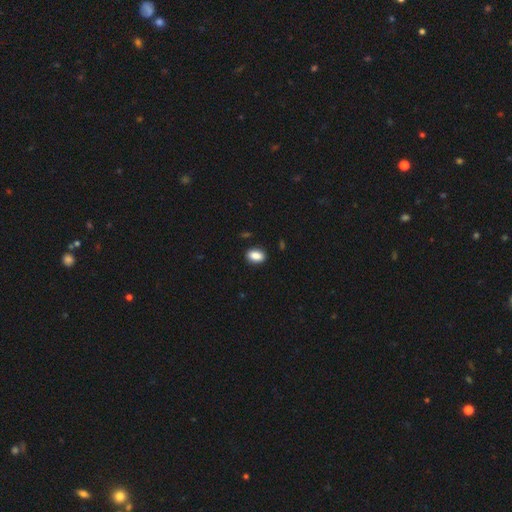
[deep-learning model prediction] Q: Smooth or featured?
A: smooth (88%); runner-up: star or artifact (8%)
Q: How rounded?
A: in between (87%); runner-up: round (11%)
Q: Merging?
A: none (88%); runner-up: minor disturbance (9%)